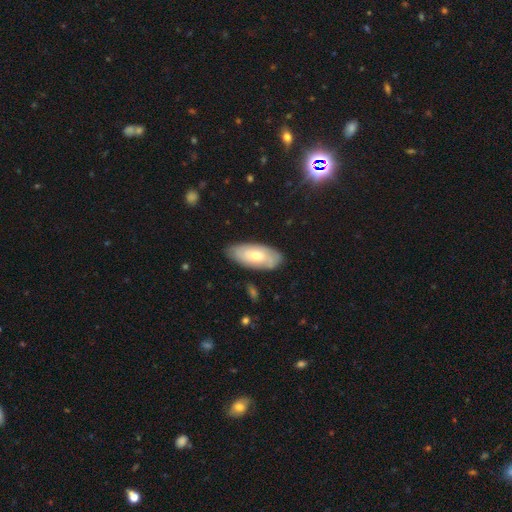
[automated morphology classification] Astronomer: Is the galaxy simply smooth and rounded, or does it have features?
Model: smooth — 53% (runner-up: featured or disk, 41%).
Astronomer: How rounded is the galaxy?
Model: in between — 89%.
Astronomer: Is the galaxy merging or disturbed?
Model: none — 82%.